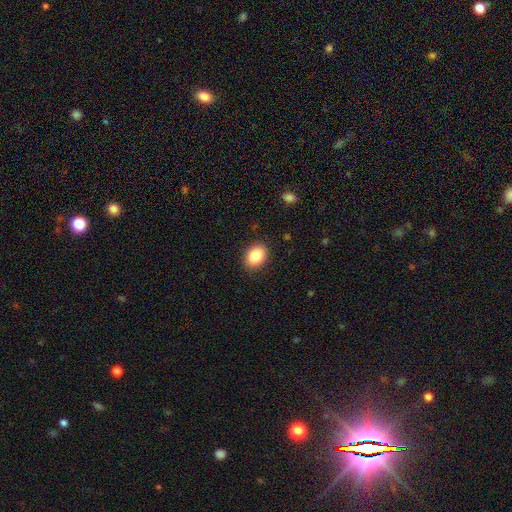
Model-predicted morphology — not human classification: type=smooth (86%); roundness=in between (68%); merging=none (88%).